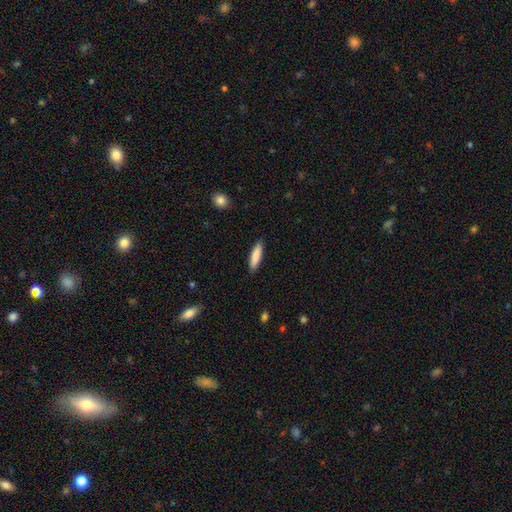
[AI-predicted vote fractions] The model was most divided on "how rounded": cigar-shaped: 75%, in between: 24%, round: 1%. More confident: merging — none (90%); smooth or featured — smooth (86%).